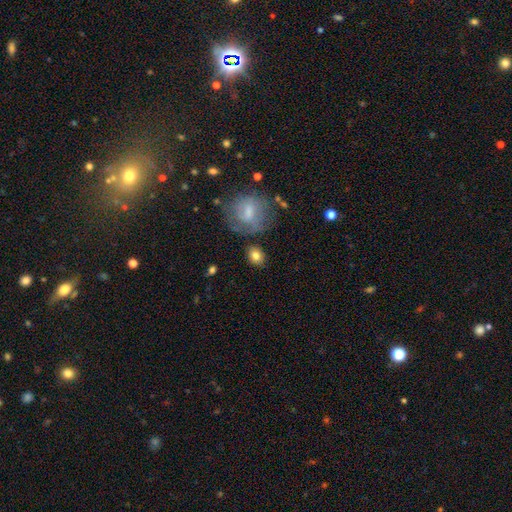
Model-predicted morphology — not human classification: This appears to be a smooth galaxy with no disk features (80%) that is round (61%). Merging: none (80%).